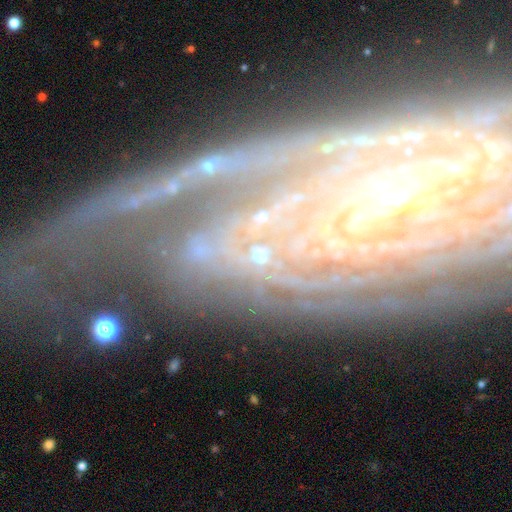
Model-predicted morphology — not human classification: Q: Smooth or featured?
A: featured or disk (54%); runner-up: star or artifact (32%)
Q: Edge-on disk?
A: no (94%); runner-up: yes (6%)
Q: Bar?
A: no (57%); runner-up: weak (23%)
Q: Spiral arms?
A: yes (69%); runner-up: no (31%)
Q: Bulge size?
A: small (55%); runner-up: moderate (19%)
Q: Merging?
A: none (41%); runner-up: merger (25%)